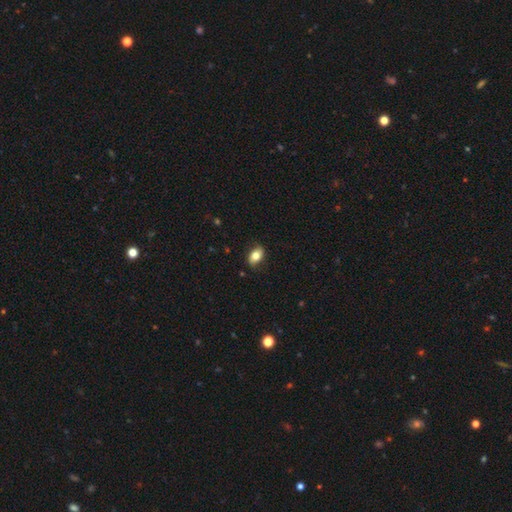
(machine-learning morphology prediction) smooth-or-featured: smooth: 79% | featured or disk: 14% | star or artifact: 8%
  how-rounded: in between: 86% | round: 12% | cigar-shaped: 2%
  merging: none: 83% | minor disturbance: 13% | major disturbance: 3% | merger: 1%